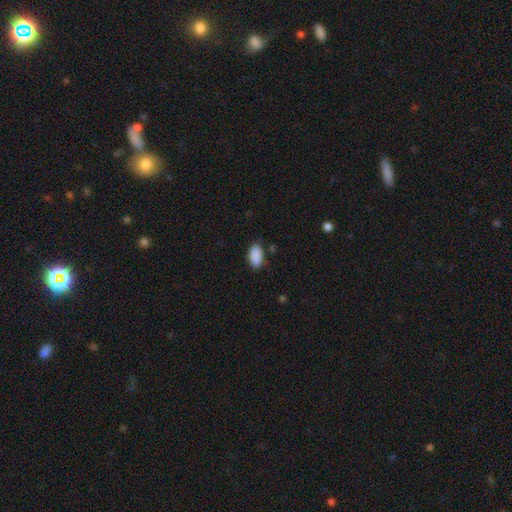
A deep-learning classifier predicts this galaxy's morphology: This is clearly a smooth galaxy (90%). How rounded: clearly in between (94%). Merging: clearly none (83%).